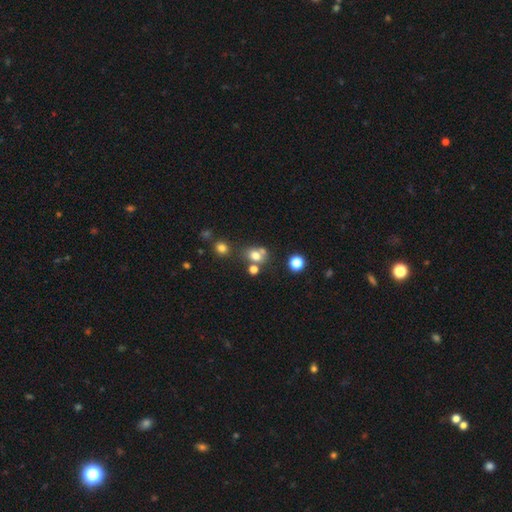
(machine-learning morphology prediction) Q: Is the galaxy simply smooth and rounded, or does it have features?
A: smooth — 71%.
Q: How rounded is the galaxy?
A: round — 56%.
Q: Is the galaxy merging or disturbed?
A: none — 51%.